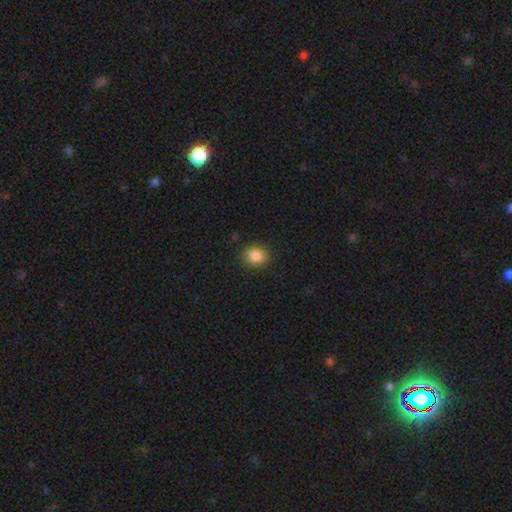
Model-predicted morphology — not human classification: Smooth or featured? smooth (86%)
How rounded? round (73%)
Merging? none (88%)